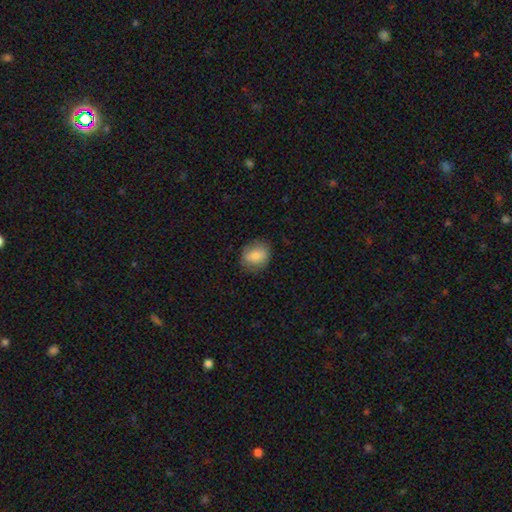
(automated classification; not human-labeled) Morphology: type=smooth (79%); roundness=round (59%); merging=none (79%).